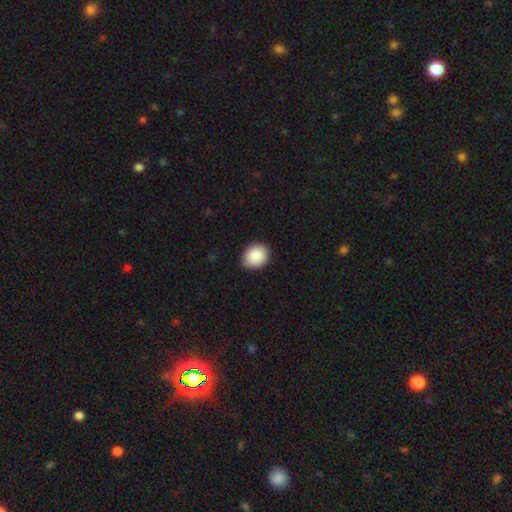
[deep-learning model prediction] Morphology: type=smooth (88%); roundness=round (59%); merging=none (81%).